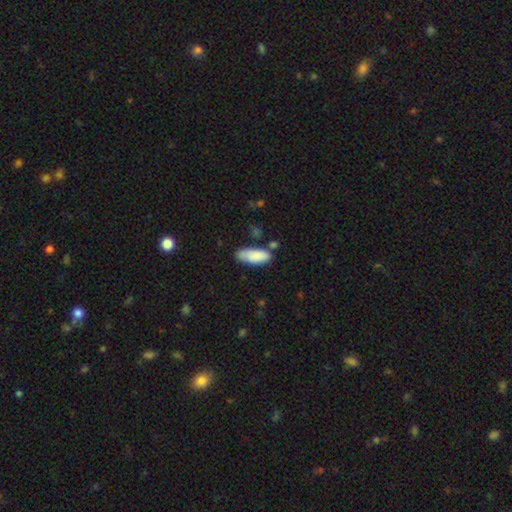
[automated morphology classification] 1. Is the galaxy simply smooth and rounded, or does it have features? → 85% smooth, 9% featured or disk, 6% star or artifact.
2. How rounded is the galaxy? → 73% in between, 25% cigar-shaped, 2% round.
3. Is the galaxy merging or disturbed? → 64% none, 22% minor disturbance, 9% merger, 5% major disturbance.